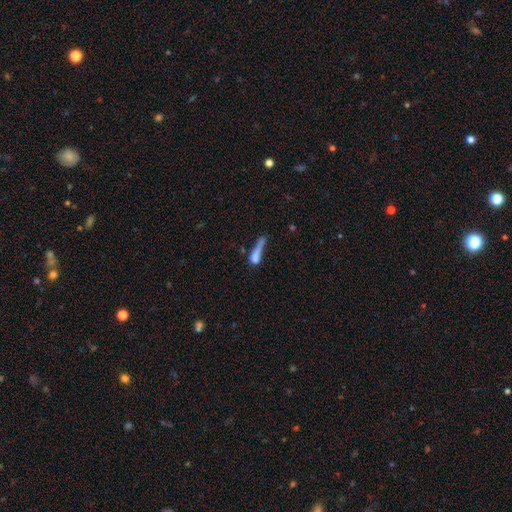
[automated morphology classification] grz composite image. It shows a smooth galaxy with no disk features (63%) that is cigar-shaped (67%). Merging: major disturbance (32%).